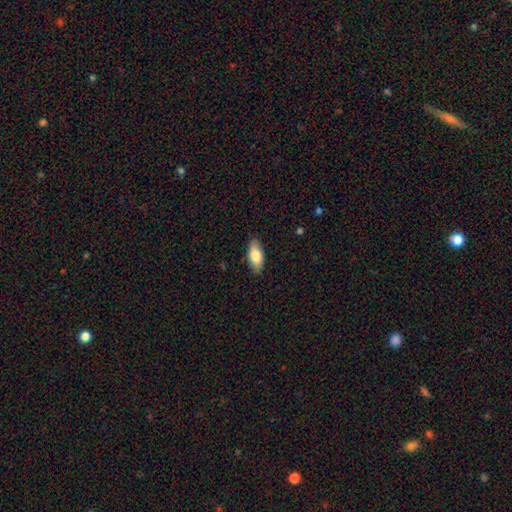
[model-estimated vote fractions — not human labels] The model was most divided on "smooth or featured": smooth: 80%, featured or disk: 14%, star or artifact: 6%. More confident: merging — none (87%); how rounded — in between (85%).